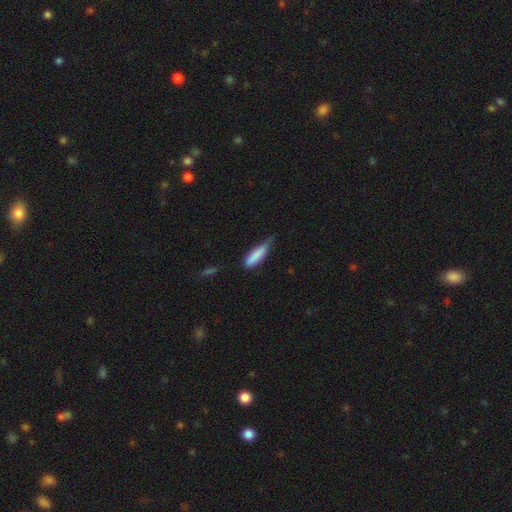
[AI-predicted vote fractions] A smooth galaxy with no disk features (85%) that is cigar-shaped (60%).

Vote fractions:
- Smooth or featured? smooth: 85% / featured or disk: 9% / star or artifact: 6%
- How rounded? cigar-shaped: 60% / in between: 38% / round: 2%
- Merging? minor disturbance: 47% / none: 40% / major disturbance: 11% / merger: 2%